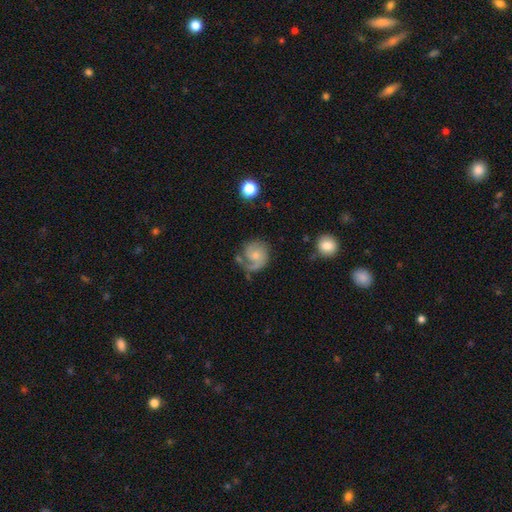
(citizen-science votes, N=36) Overall: featured or disk (81%). Edge-on disk: no (97%). Bar: no (68%). Spiral arms: yes (93%). Spiral arm count: 1 (54%; 2 38%). Spiral winding: medium (50%; loose 31%). Bulge size: small (57%; moderate 36%). Merging: none (55%; major disturbance 24%).